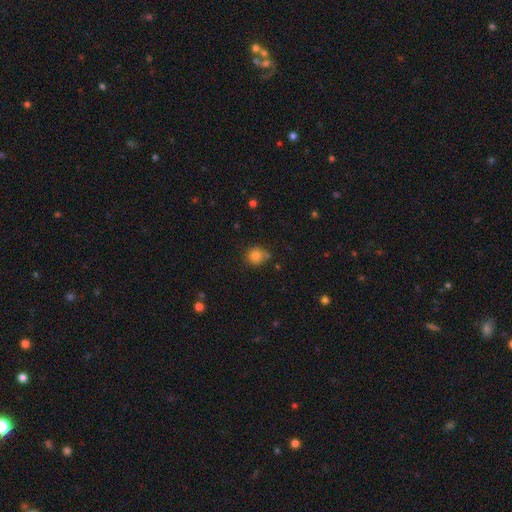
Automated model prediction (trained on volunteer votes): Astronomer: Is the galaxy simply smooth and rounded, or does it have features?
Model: smooth — 82%.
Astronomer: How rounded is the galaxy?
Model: round — 87%.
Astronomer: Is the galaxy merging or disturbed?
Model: none — 73%.